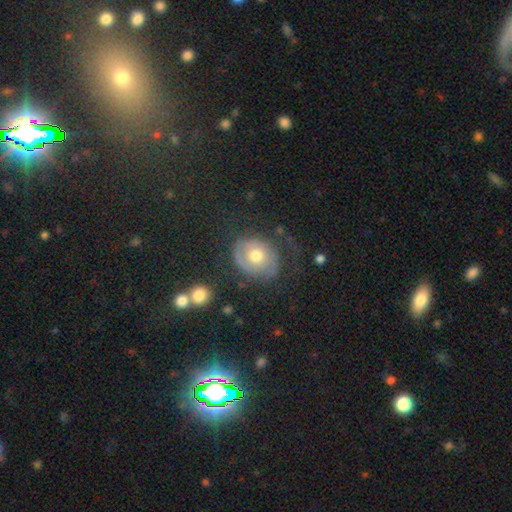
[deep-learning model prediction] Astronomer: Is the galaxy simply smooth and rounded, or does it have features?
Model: featured or disk — 56% (runner-up: smooth, 33%).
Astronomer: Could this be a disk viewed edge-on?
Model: no — 96%.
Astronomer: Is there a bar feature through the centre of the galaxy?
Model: no — 82%.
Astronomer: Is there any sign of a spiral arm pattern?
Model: yes — 69%.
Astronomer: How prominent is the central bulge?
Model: moderate — 75%.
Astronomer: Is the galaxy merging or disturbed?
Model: none — 55%.